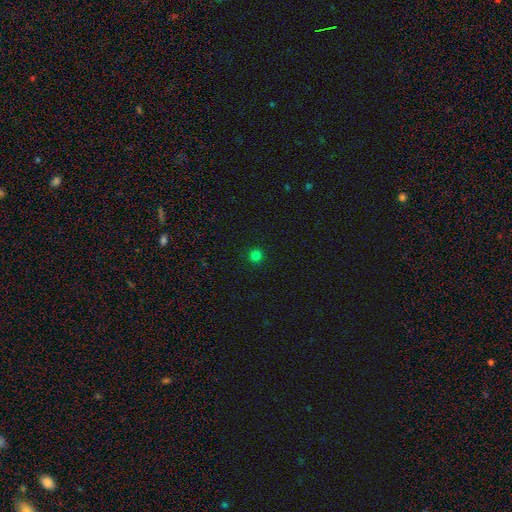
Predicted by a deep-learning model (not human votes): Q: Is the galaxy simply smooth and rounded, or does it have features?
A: smooth — 80%.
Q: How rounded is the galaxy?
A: round — 94%.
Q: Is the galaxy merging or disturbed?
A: none — 93%.